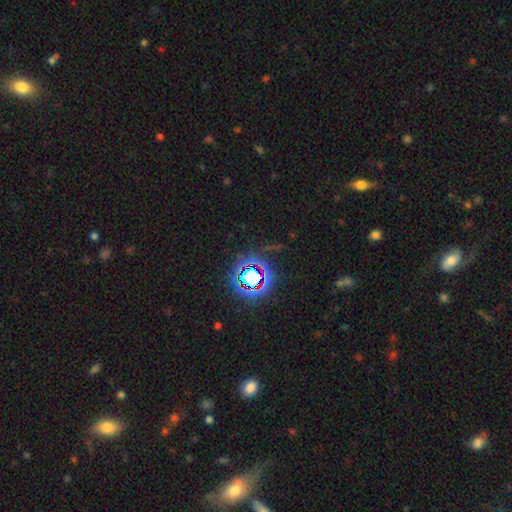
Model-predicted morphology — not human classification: Smooth or featured? star or artifact (75%)